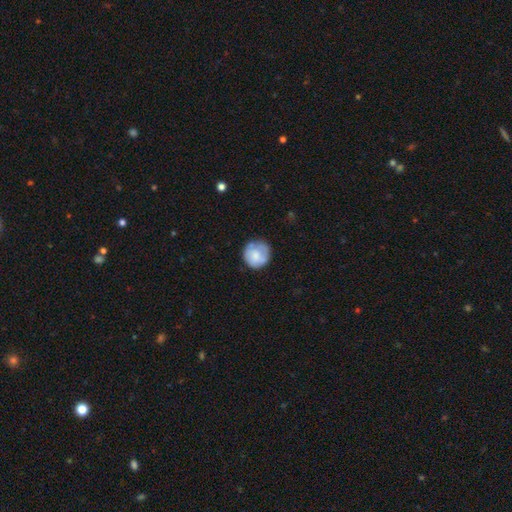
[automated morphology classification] Q: Smooth or featured?
A: smooth (66%); runner-up: featured or disk (28%)
Q: How rounded?
A: round (90%); runner-up: in between (9%)
Q: Merging?
A: none (71%); runner-up: minor disturbance (21%)